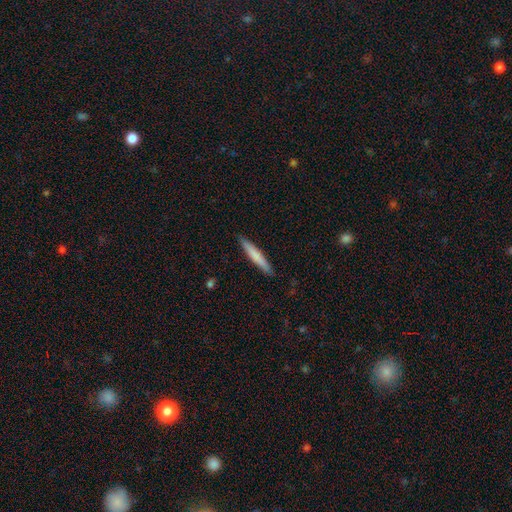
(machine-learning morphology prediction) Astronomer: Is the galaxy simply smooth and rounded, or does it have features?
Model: smooth — 72%.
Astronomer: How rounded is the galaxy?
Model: cigar-shaped — 94%.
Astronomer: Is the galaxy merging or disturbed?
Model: none — 89%.